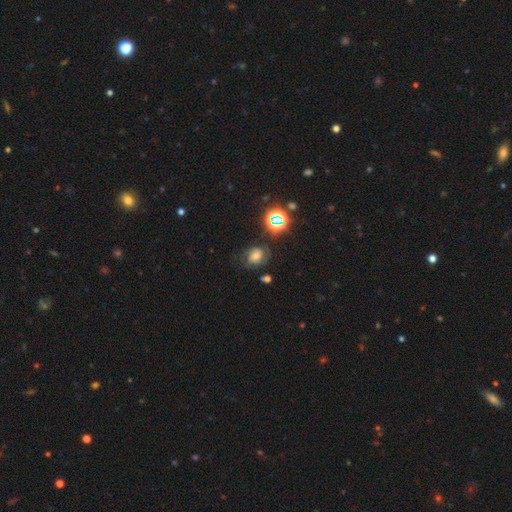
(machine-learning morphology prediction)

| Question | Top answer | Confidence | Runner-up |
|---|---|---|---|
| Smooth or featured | featured or disk | 40% | smooth (36%) |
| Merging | none | 61% | minor disturbance (22%) |